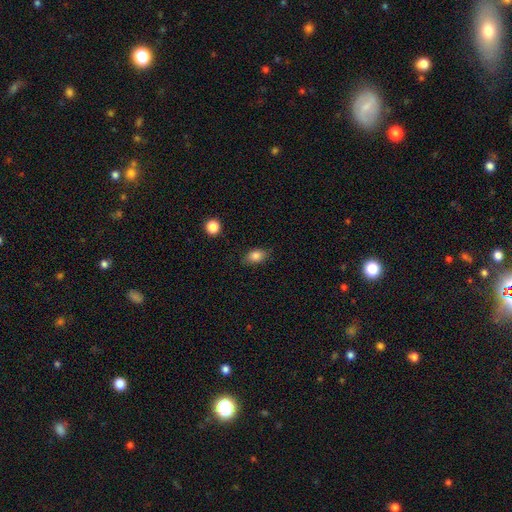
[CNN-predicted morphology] smooth-or-featured: smooth: 83% | star or artifact: 9% | featured or disk: 8%
  how-rounded: in between: 84% | round: 13% | cigar-shaped: 2%
  merging: none: 81% | minor disturbance: 15% | major disturbance: 3% | merger: 1%